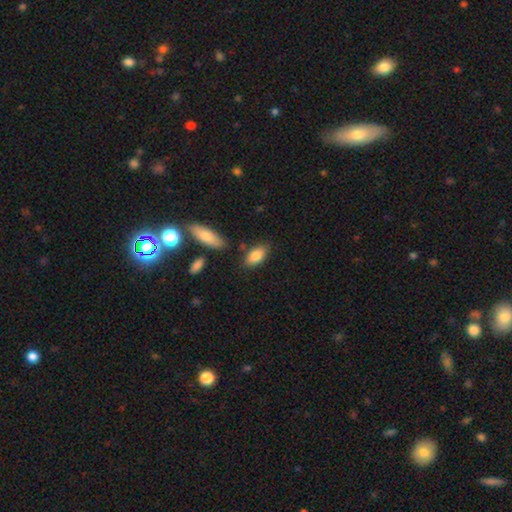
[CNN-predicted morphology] smooth-or-featured: smooth: 84% | featured or disk: 10% | star or artifact: 6%
  how-rounded: in between: 89% | cigar-shaped: 8% | round: 4%
  merging: none: 76% | minor disturbance: 15% | merger: 6% | major disturbance: 4%